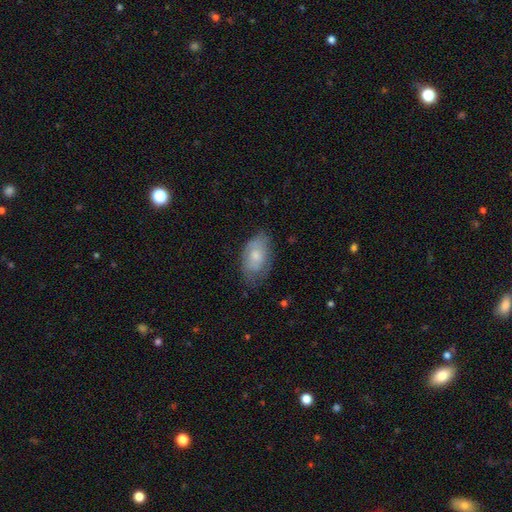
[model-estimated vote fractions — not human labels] smooth-or-featured: smooth: 58% | featured or disk: 35% | star or artifact: 7%
  how-rounded: in between: 91% | round: 7% | cigar-shaped: 2%
  merging: none: 61% | minor disturbance: 28% | major disturbance: 9% | merger: 1%